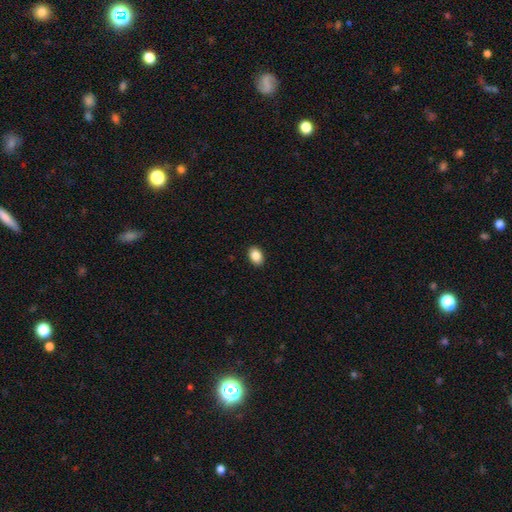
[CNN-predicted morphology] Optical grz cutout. It shows a smooth galaxy with no disk features (87%) that is in between round and cigar-shaped (82%). Merging: none (91%).